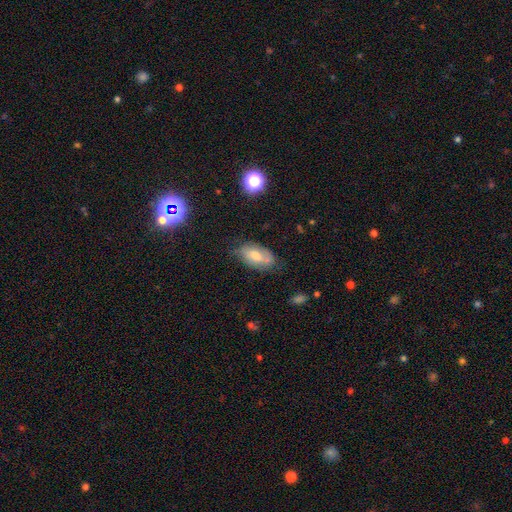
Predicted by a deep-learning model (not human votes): Morphology: type=smooth (51%); roundness=in between (90%); merging=none (65%).